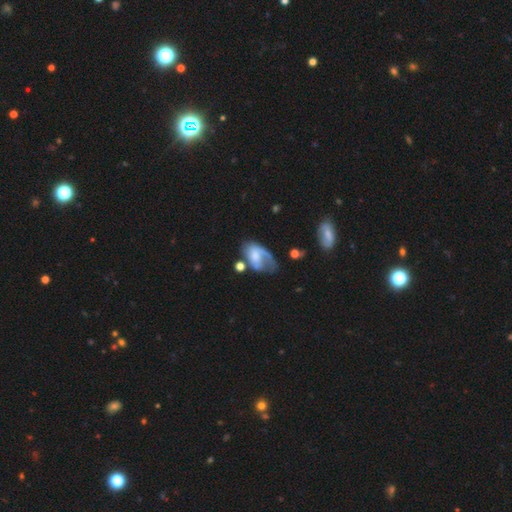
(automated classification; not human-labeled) Smooth or featured?
  - featured or disk: 55% *
  - smooth: 37%
  - star or artifact: 8%
Edge-on disk?
  - no: 96% *
  - yes: 4%
Bar?
  - no: 59% *
  - weak: 33%
  - strong: 8%
Spiral arms?
  - yes: 73% *
  - no: 27%
Bulge size?
  - small: 32% *
  - moderate: 29%
  - none: 27%
  - large: 10%
  - dominant: 2%
Merging?
  - major disturbance: 36% *
  - none: 30%
  - minor disturbance: 24%
  - merger: 9%